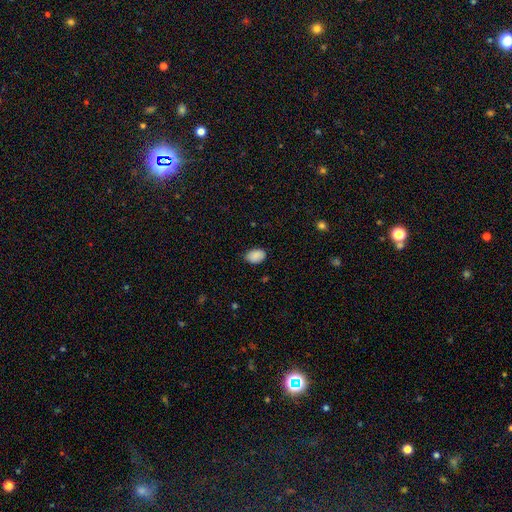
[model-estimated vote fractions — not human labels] Smooth or featured? smooth (88%)
How rounded? in between (87%)
Merging? none (80%)